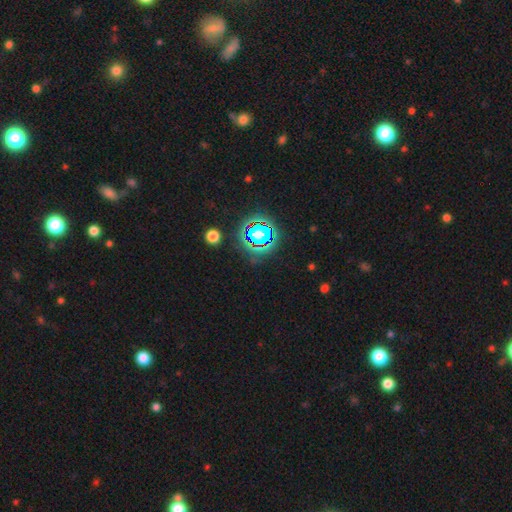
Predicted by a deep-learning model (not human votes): Smooth or featured: star or artifact — 79% (smooth — 13%)